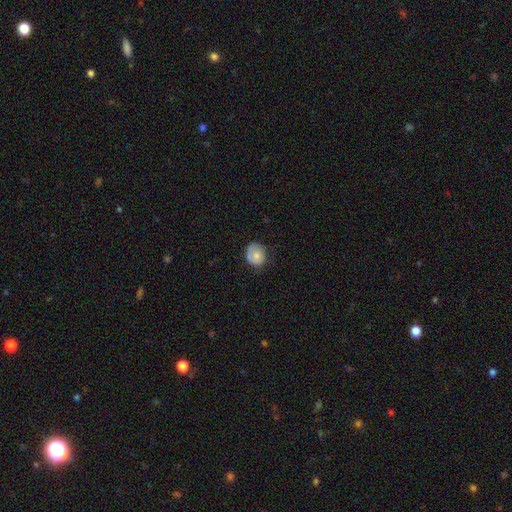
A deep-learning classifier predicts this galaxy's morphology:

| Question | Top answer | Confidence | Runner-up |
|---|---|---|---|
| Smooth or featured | smooth | 70% | featured or disk (22%) |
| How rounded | round | 68% | in between (31%) |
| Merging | none | 61% | minor disturbance (28%) |